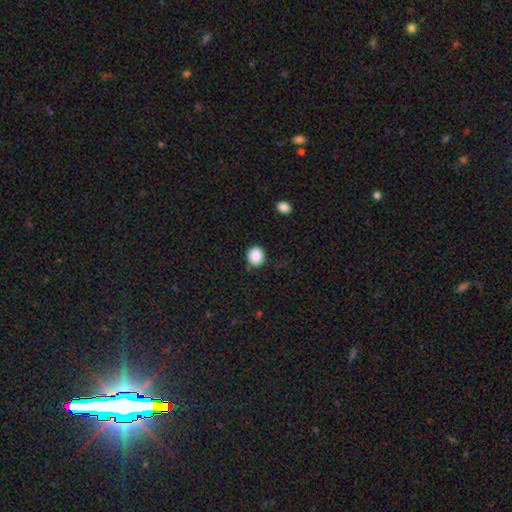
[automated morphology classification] Smooth or featured? smooth (88%)
How rounded? round (82%)
Merging? none (84%)